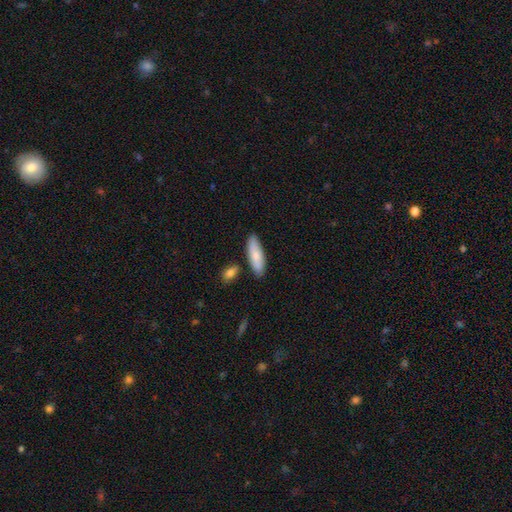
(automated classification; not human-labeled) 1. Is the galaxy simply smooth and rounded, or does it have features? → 81% smooth, 14% featured or disk, 5% star or artifact.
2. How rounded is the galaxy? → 54% in between, 44% cigar-shaped, 2% round.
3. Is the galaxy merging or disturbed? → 80% none, 12% minor disturbance, 6% merger, 2% major disturbance.